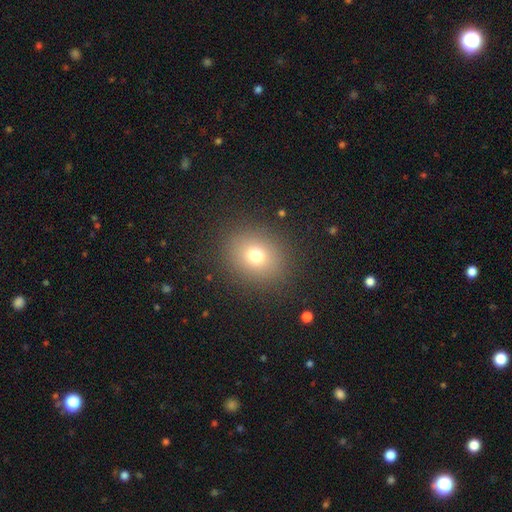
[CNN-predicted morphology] A smooth galaxy with no disk features (73%) that is round (72%).

Vote fractions:
- Smooth or featured? smooth: 73% / star or artifact: 16% / featured or disk: 11%
- How rounded? round: 72% / in between: 27% / cigar-shaped: 1%
- Merging? none: 87% / minor disturbance: 7% / major disturbance: 4% / merger: 1%